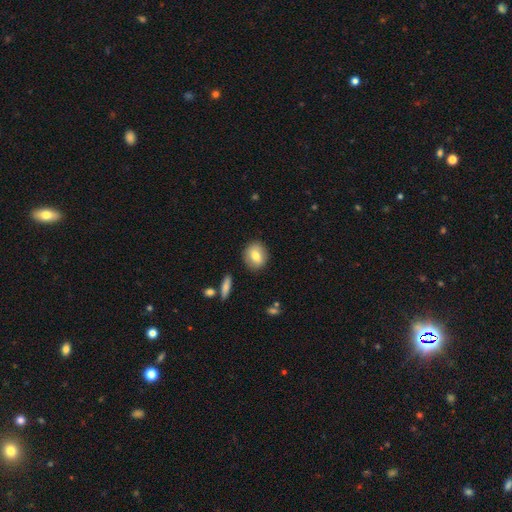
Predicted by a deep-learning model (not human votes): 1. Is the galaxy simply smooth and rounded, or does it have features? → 74% smooth, 18% featured or disk, 8% star or artifact.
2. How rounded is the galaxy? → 65% round, 33% in between, 2% cigar-shaped.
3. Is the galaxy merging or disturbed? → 87% none, 9% minor disturbance, 2% major disturbance, 2% merger.